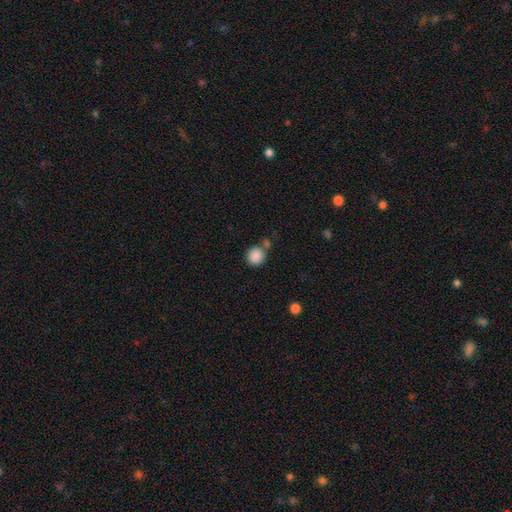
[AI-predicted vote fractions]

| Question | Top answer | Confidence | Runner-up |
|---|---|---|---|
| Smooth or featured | smooth | 88% | star or artifact (9%) |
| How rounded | round | 85% | in between (14%) |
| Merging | none | 65% | merger (18%) |